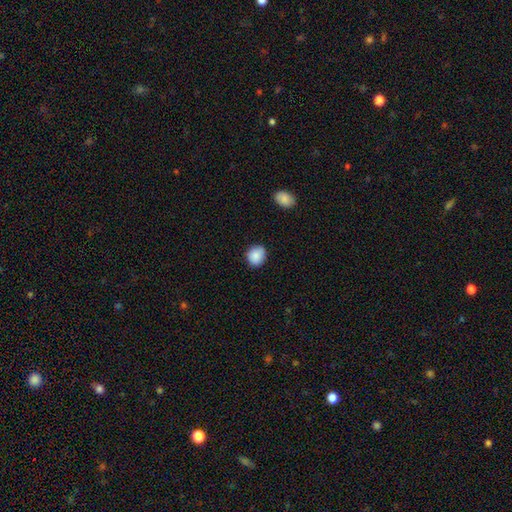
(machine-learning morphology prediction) A smooth galaxy with no disk features (87%) that is round (78%).

Vote fractions:
- Smooth or featured? smooth: 87% / star or artifact: 8% / featured or disk: 5%
- How rounded? round: 78% / in between: 21% / cigar-shaped: 1%
- Merging? none: 81% / minor disturbance: 15% / major disturbance: 3% / merger: 2%